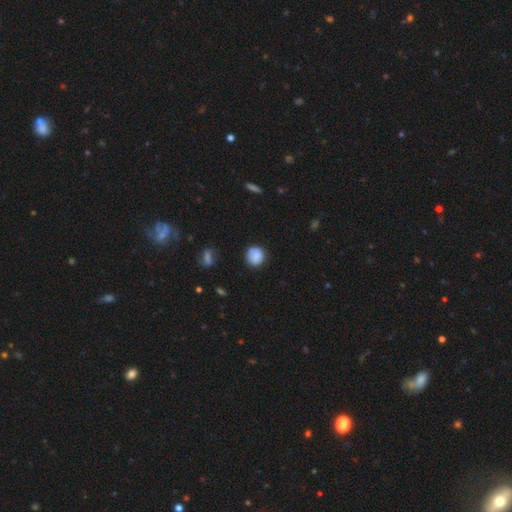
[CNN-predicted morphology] A smooth galaxy with no disk features (81%) that is round (87%). Merging: none (73%).